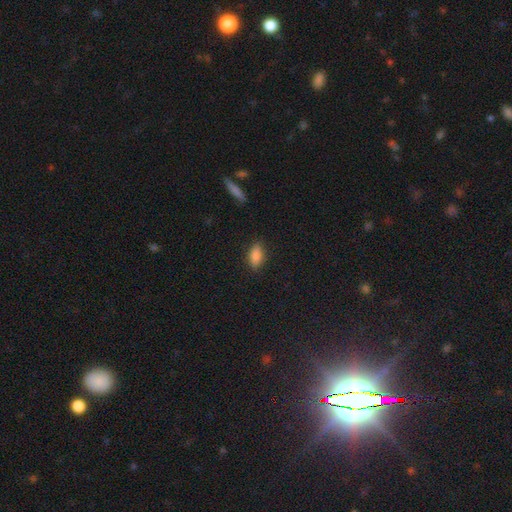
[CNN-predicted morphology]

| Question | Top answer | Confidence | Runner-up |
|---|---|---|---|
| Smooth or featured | smooth | 85% | star or artifact (8%) |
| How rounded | in between | 85% | cigar-shaped (11%) |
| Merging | none | 84% | minor disturbance (12%) |